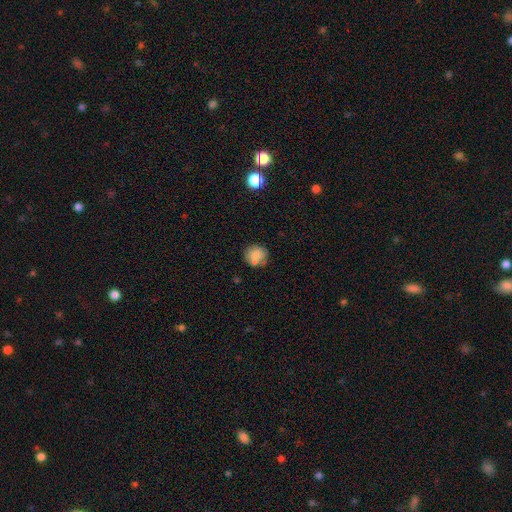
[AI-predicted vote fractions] A smooth galaxy with no disk features (77%) that is round (88%). Merging: none (67%).